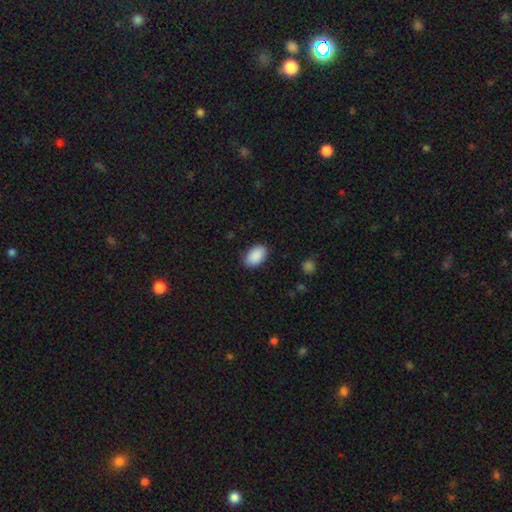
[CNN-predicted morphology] Q: Smooth or featured?
A: smooth (91%); runner-up: star or artifact (6%)
Q: How rounded?
A: in between (92%); runner-up: round (7%)
Q: Merging?
A: none (85%); runner-up: minor disturbance (11%)